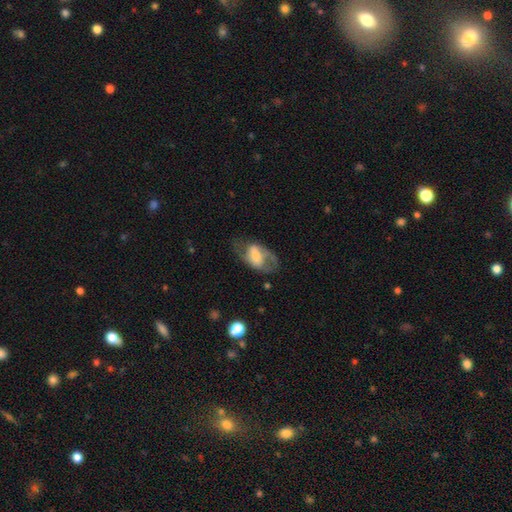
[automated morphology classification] The model was most divided on "bar" (2-way tie): weak: 36%, strong: 36%, no: 27%. Remaining: edge-on disk — no (94%); spiral arms — yes (67%); smooth or featured — featured or disk (58%); merging — none (51%); bulge size — small (35%).